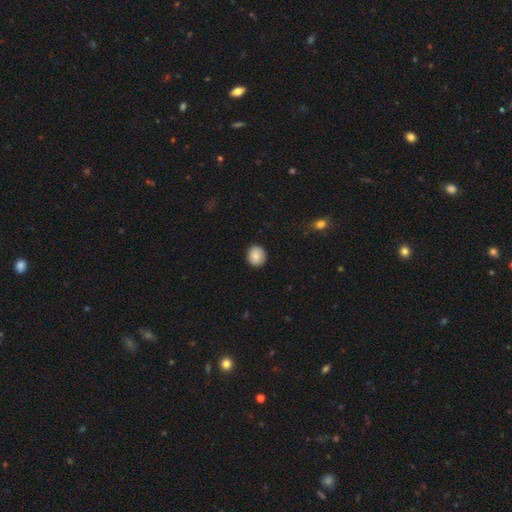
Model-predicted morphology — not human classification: The model was most divided on "how rounded": round: 85%, in between: 14%, cigar-shaped: 1%. More confident: merging — none (88%); smooth or featured — smooth (85%).